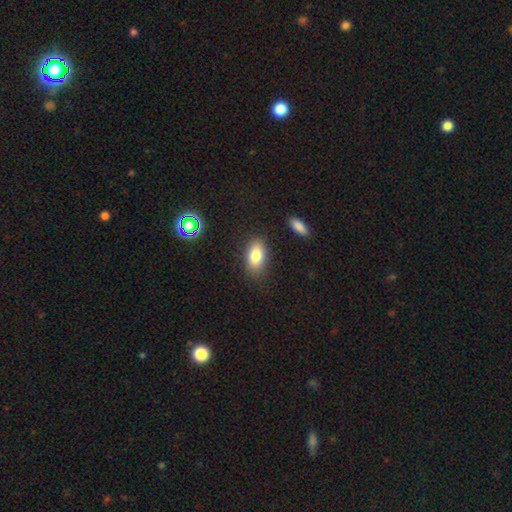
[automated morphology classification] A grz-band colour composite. It shows a smooth galaxy with no disk features (82%) that is in between round and cigar-shaped (89%). Merging: none (83%).